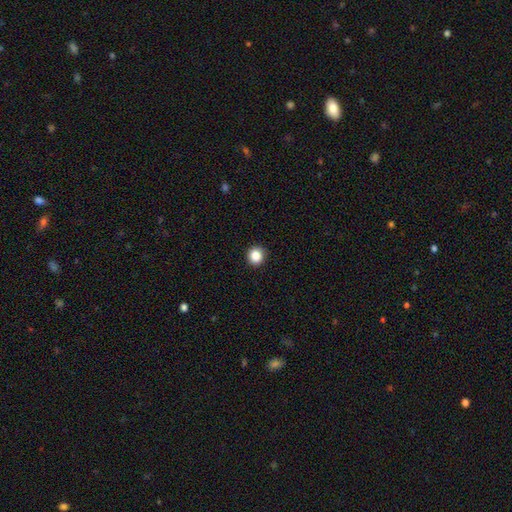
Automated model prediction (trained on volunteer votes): This is clearly a smooth galaxy (86%). How rounded: clearly round (92%). Merging: clearly none (92%).